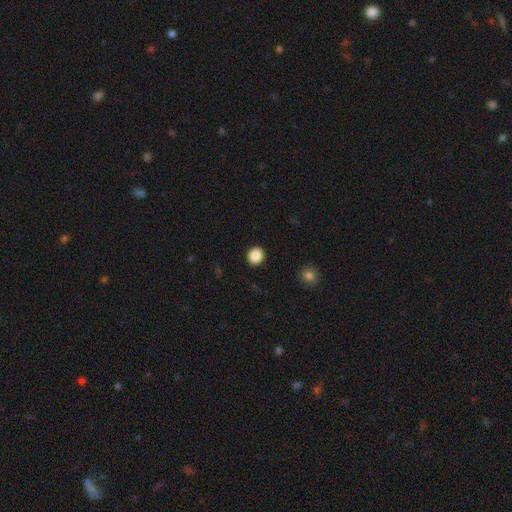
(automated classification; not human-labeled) A smooth galaxy with no disk features (88%) that is round (84%).

Vote fractions:
- Smooth or featured? smooth: 88% / star or artifact: 9% / featured or disk: 3%
- How rounded? round: 84% / in between: 15% / cigar-shaped: 1%
- Merging? none: 92% / minor disturbance: 5% / major disturbance: 2% / merger: 1%